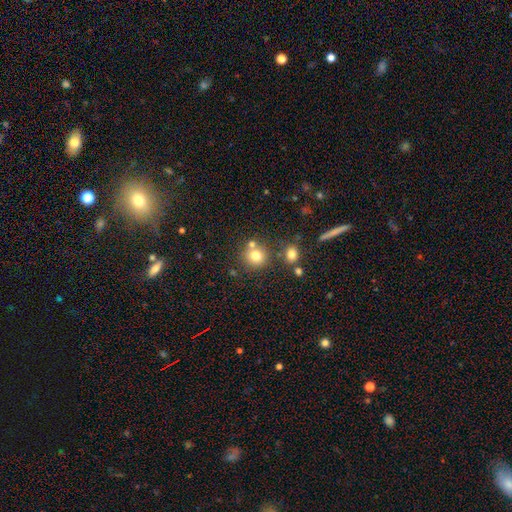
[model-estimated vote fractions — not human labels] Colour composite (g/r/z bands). It shows a smooth galaxy with no disk features (77%) that is round (90%). Merging: none (70%).